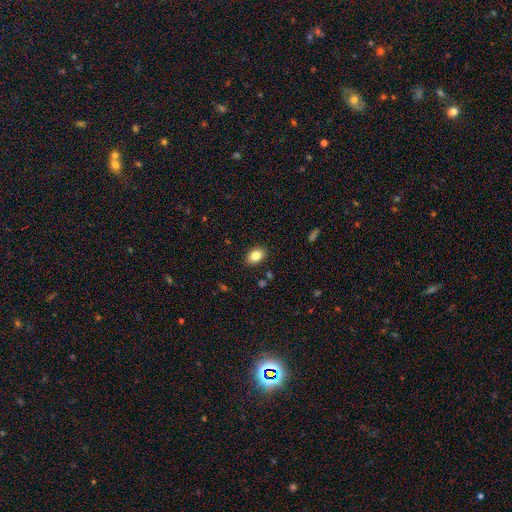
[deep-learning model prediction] Smooth or featured? Predicted: smooth (p=0.85). How rounded? Predicted: in between (p=0.81). Merging? Predicted: none (p=0.88).